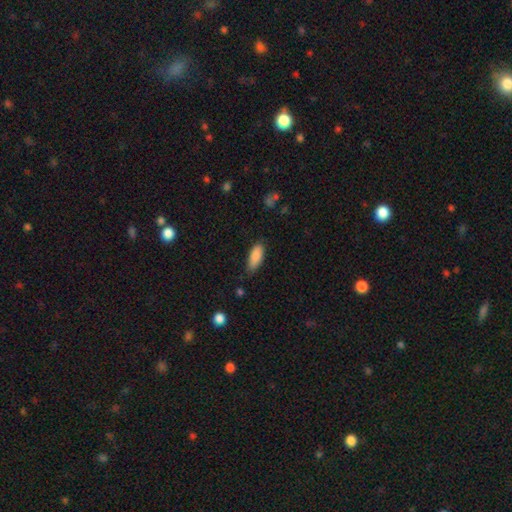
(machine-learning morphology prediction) smooth 88%, star or artifact 7%, featured or disk 6%. Down the decision tree: how rounded — in between (80%); merging — none (77%).